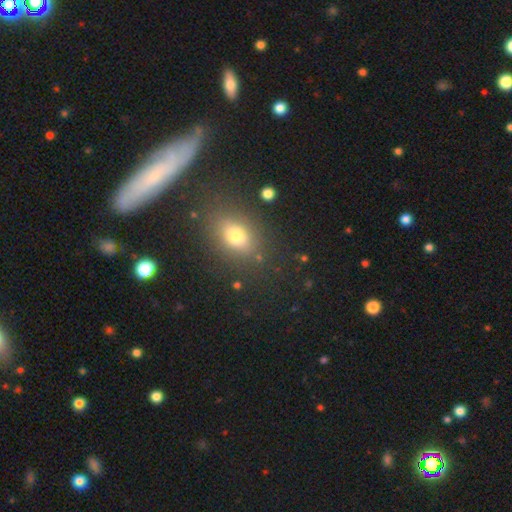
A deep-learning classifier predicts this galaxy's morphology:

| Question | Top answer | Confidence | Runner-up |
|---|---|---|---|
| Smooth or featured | smooth | 60% | star or artifact (20%) |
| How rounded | in between | 53% | round (33%) |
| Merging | none | 82% | minor disturbance (11%) |